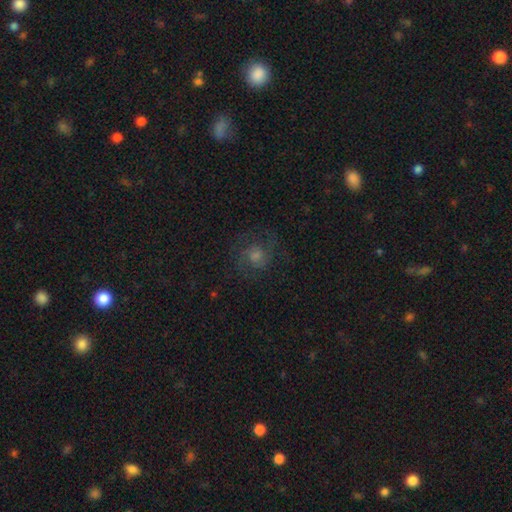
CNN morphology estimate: This appears to be a featured or disk galaxy (47%). Merging: none (67%).